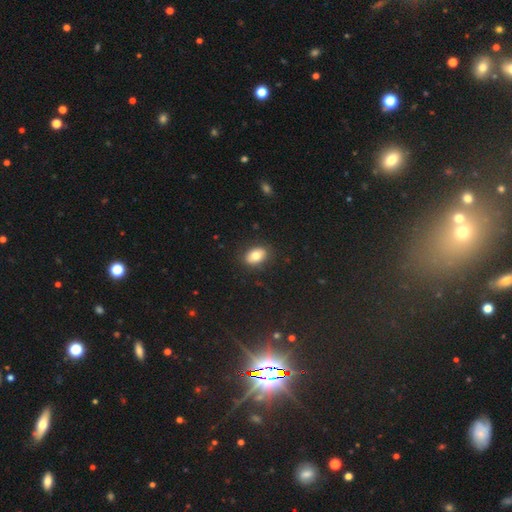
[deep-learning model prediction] Q: Smooth or featured?
A: smooth (79%); runner-up: featured or disk (12%)
Q: How rounded?
A: in between (82%); runner-up: round (16%)
Q: Merging?
A: none (87%); runner-up: minor disturbance (9%)